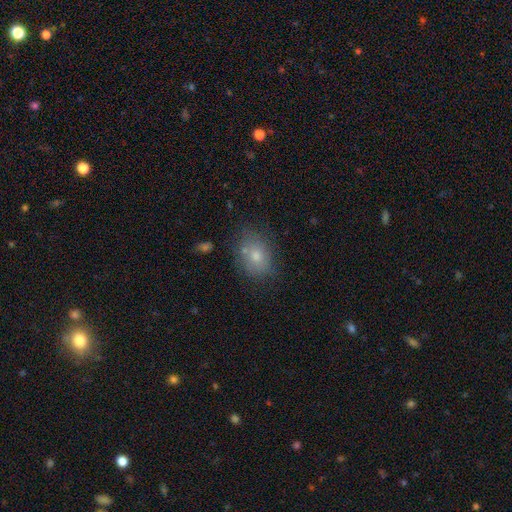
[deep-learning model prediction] smooth-or-featured: smooth: 71% | featured or disk: 16% | star or artifact: 13%
  how-rounded: in between: 63% | round: 36% | cigar-shaped: 1%
  merging: none: 72% | minor disturbance: 18% | merger: 5% | major disturbance: 5%